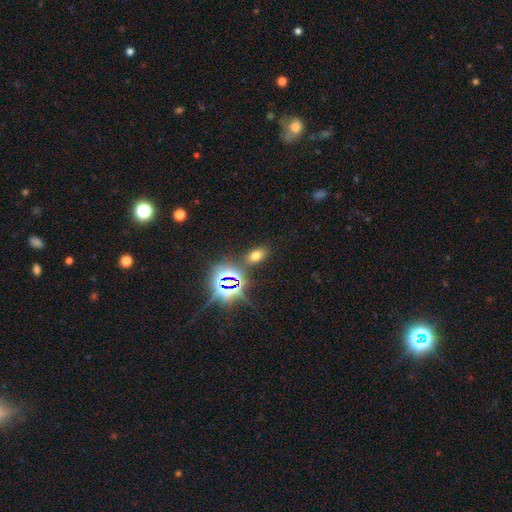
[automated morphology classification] smooth 59%, star or artifact 32%, featured or disk 9%. Down the decision tree: how rounded — in between (85%); merging — none (81%).